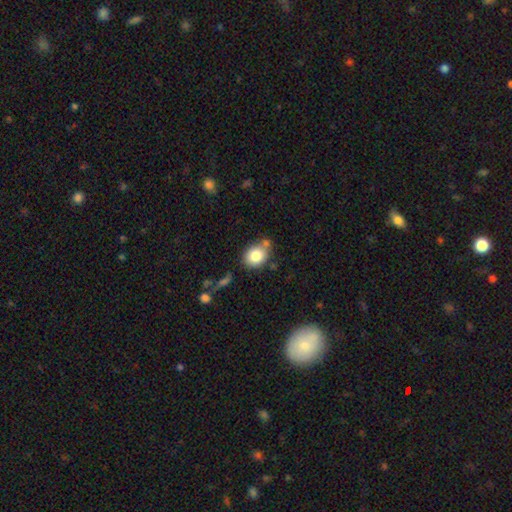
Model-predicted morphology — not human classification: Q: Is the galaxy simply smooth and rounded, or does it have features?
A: smooth — 82%.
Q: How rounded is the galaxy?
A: in between — 53%.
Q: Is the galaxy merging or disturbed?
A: none — 64%.